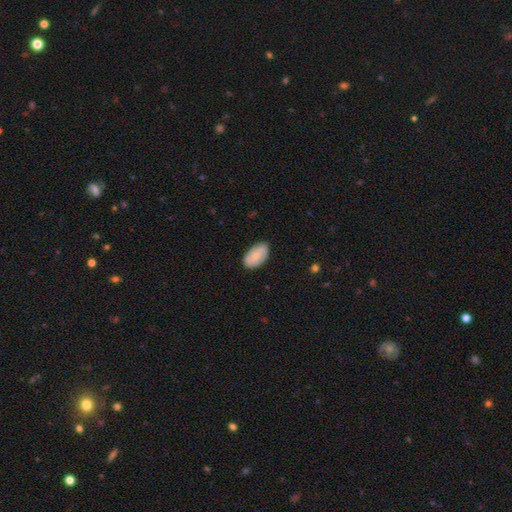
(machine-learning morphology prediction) Smooth or featured? smooth (77%)
How rounded? in between (94%)
Merging? none (80%)